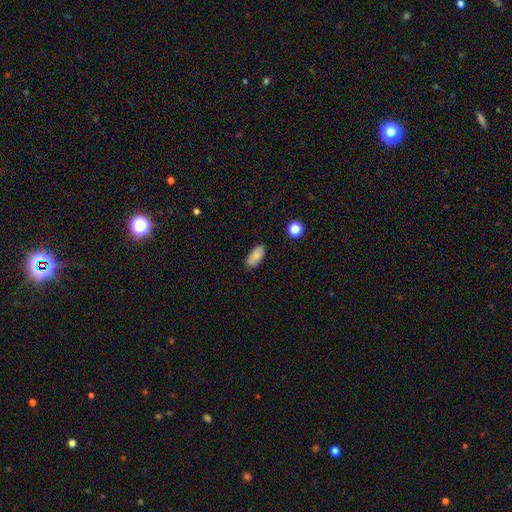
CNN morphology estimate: type=smooth (84%); roundness=in between (89%); merging=none (83%).